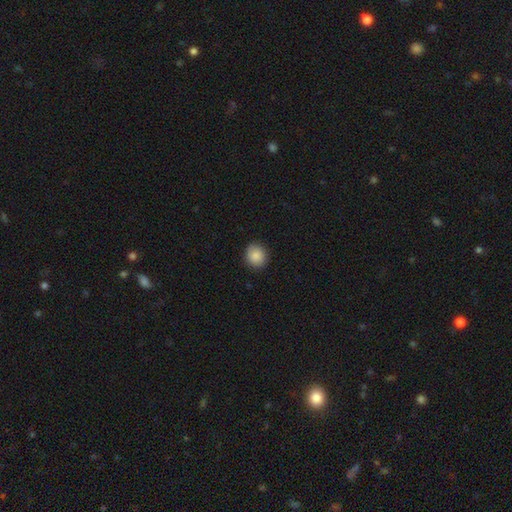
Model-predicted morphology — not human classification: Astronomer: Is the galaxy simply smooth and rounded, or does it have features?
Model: smooth — 88%.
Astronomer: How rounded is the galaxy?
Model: round — 83%.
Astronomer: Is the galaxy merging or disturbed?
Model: none — 89%.